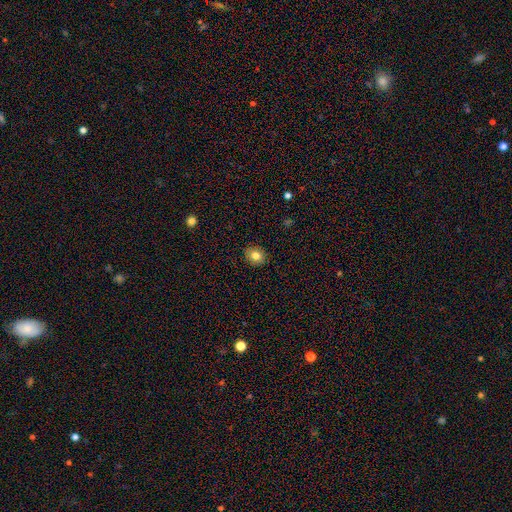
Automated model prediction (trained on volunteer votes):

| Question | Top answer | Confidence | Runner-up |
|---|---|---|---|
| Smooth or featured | smooth | 81% | star or artifact (10%) |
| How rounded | round | 65% | in between (34%) |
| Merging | none | 90% | minor disturbance (7%) |